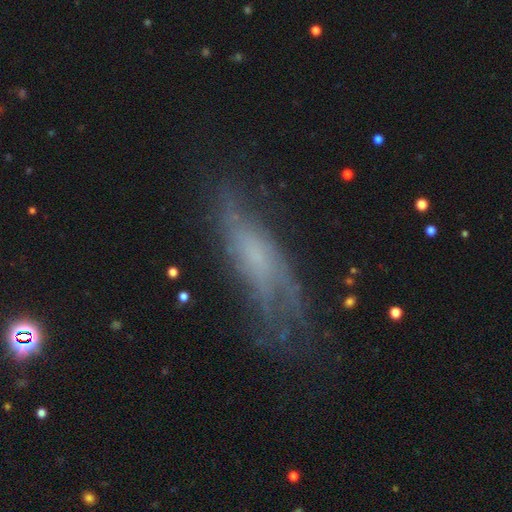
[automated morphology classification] Smooth or featured: featured or disk — 52% (smooth — 36%)
Edge-on disk: no — 63% (yes — 37%)
Merging: none — 55% (minor disturbance — 27%)